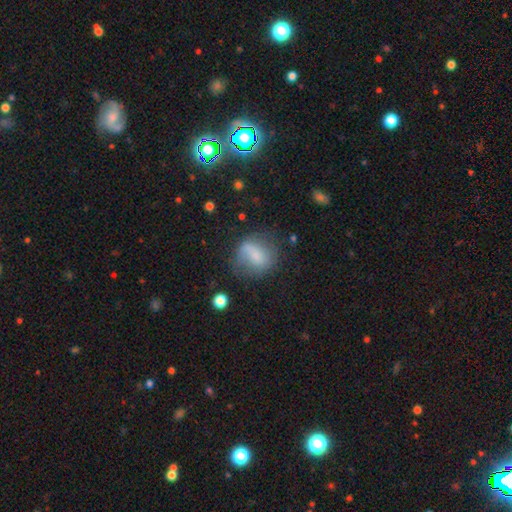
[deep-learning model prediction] Smooth or featured? Predicted: smooth (p=0.61). How rounded? Predicted: round (p=0.57). Merging? Predicted: none (p=0.47).